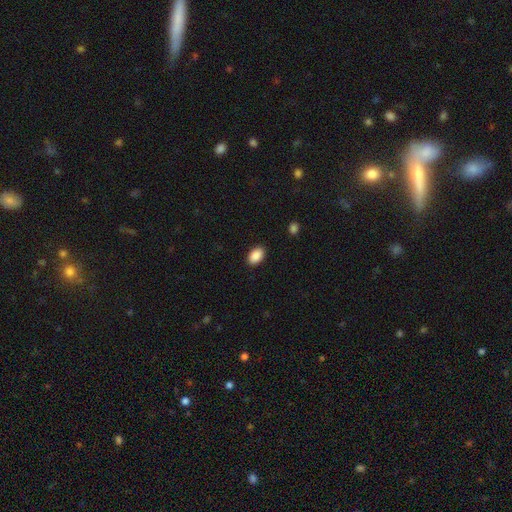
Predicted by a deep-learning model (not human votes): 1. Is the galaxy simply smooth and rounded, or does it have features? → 90% smooth, 7% star or artifact, 3% featured or disk.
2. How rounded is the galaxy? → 90% in between, 9% round, 1% cigar-shaped.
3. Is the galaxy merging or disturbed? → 90% none, 7% minor disturbance, 2% major disturbance, 1% merger.